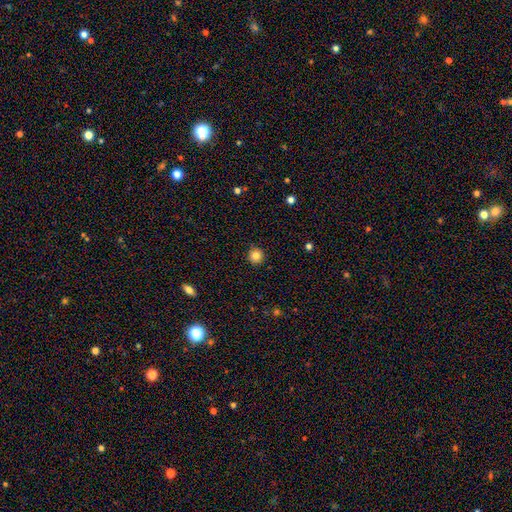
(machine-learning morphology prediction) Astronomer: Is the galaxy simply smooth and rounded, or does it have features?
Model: smooth — 83%.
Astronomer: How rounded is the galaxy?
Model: round — 94%.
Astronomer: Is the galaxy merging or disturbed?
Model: none — 92%.